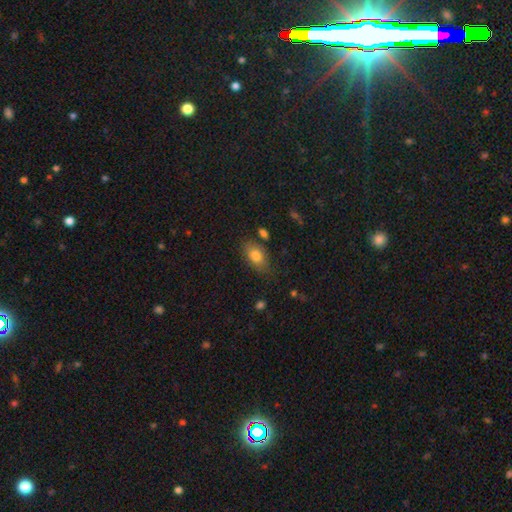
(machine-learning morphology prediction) Overall: smooth (81%). How rounded: in between (88%). Merging: none (73%).